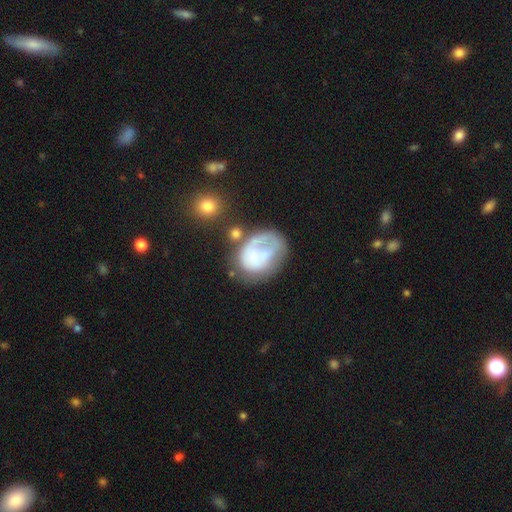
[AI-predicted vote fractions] This appears to be a featured or disk galaxy (50%). Merging: none (33%).